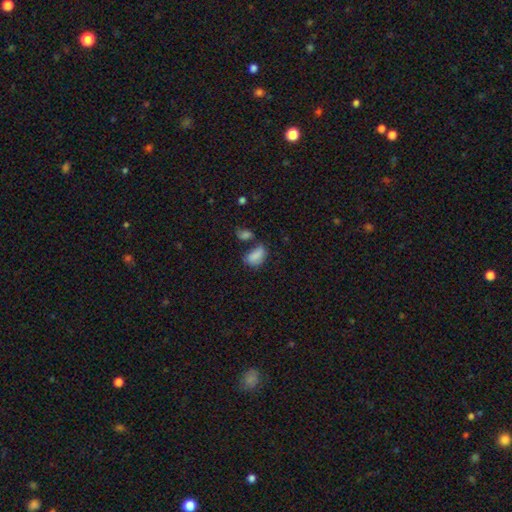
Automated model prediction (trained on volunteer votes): smooth_or_featured: smooth (p=0.78) [alt: featured or disk p=0.11]
how_rounded: in between (p=0.89) [alt: round p=0.08]
merging: none (p=0.36) [alt: merger p=0.30]